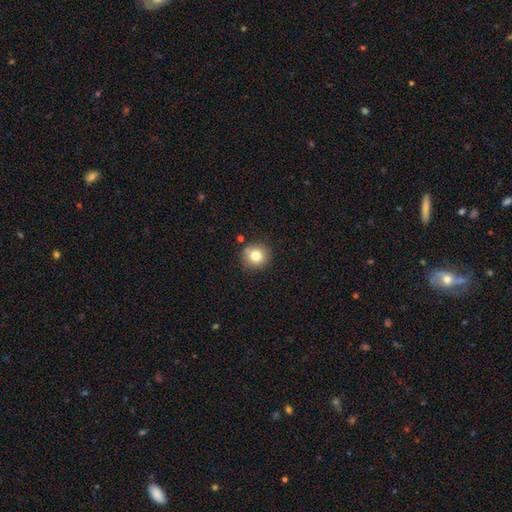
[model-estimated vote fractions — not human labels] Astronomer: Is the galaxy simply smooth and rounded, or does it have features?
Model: smooth — 81%.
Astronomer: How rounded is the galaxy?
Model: round — 90%.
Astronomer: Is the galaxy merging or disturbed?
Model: none — 84%.